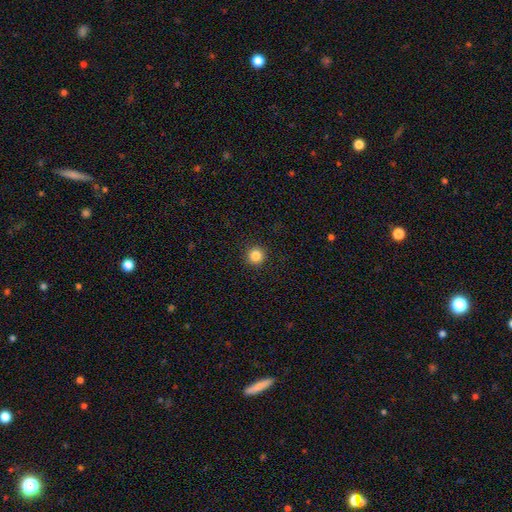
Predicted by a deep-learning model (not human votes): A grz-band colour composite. It shows a smooth galaxy with no disk features (85%) that is round (96%). Merging: none (93%).